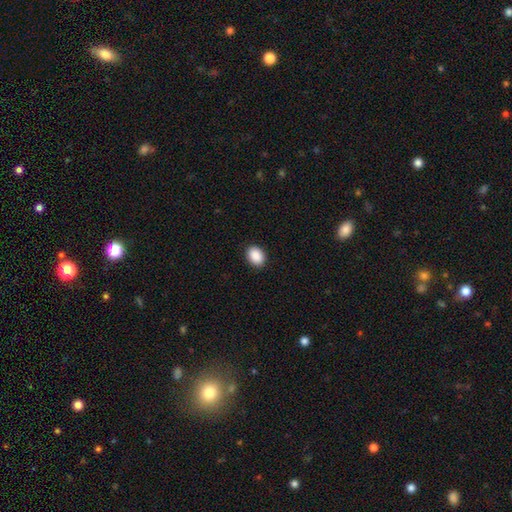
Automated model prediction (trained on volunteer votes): Overall: smooth (90%). How rounded: in between (70%). Merging: none (91%).